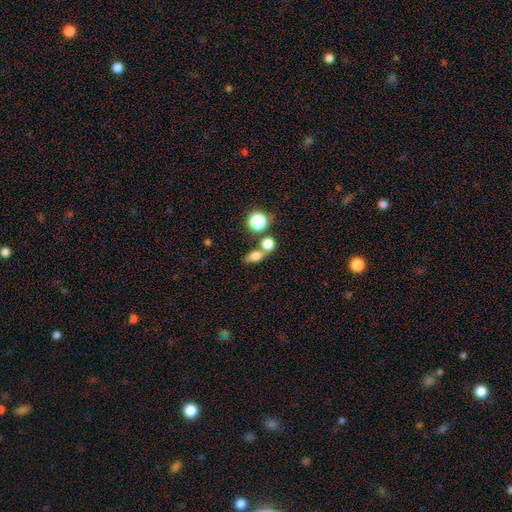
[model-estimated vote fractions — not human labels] Smooth or featured: smooth — 70% (featured or disk — 15%)
How rounded: in between — 60% (round — 31%)
Merging: none — 53% (merger — 31%)